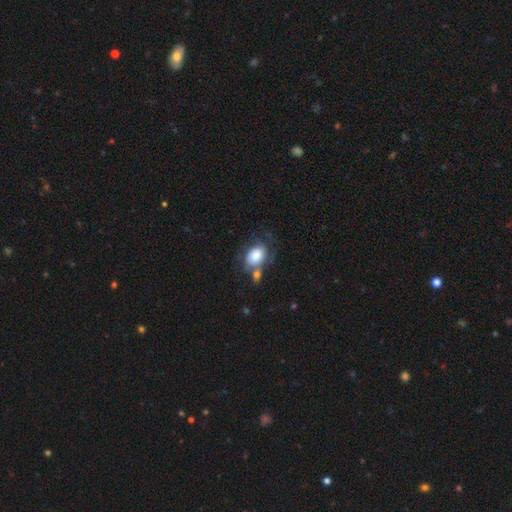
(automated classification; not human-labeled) This is likely a smooth galaxy (71%). How rounded: likely in between (79%). Merging: marginally none (39%).